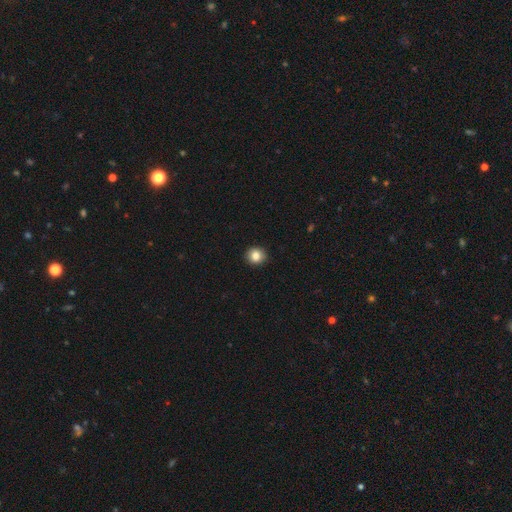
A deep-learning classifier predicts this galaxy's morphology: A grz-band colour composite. It shows a smooth galaxy with no disk features (85%) that is round (86%). Merging: none (92%).